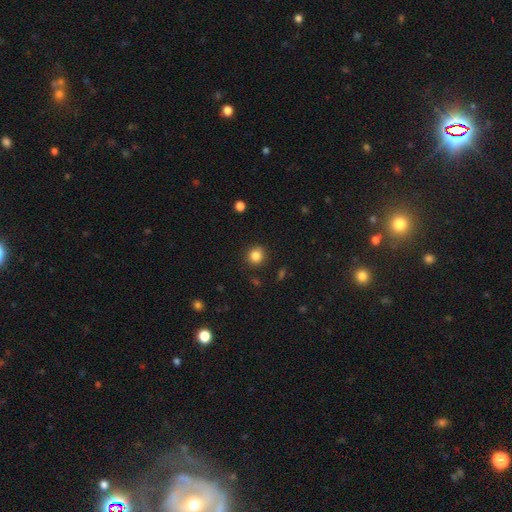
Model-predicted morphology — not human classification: type=smooth (84%); roundness=round (90%); merging=none (89%).